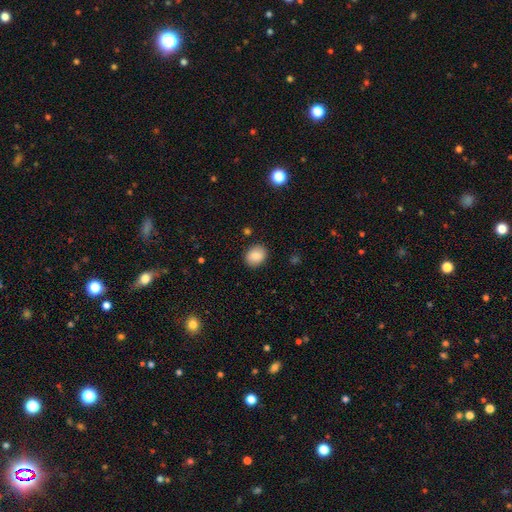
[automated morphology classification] Smooth or featured? Predicted: smooth (p=0.86). How rounded? Predicted: round (p=0.57). Merging? Predicted: none (p=0.88).